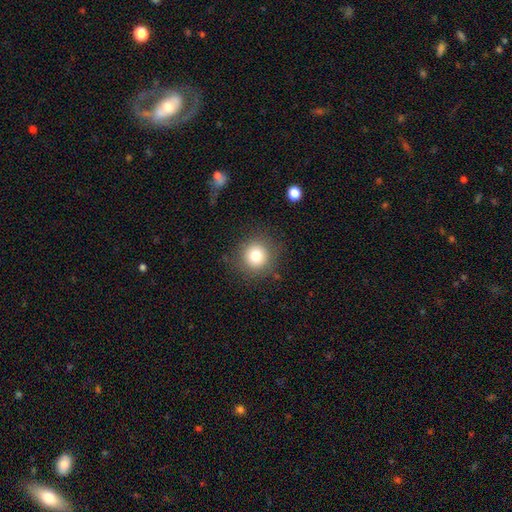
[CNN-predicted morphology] Smooth or featured?
  - smooth: 79% *
  - star or artifact: 12%
  - featured or disk: 10%
How rounded?
  - round: 93% *
  - in between: 6%
  - cigar-shaped: 1%
Merging?
  - none: 87% *
  - minor disturbance: 8%
  - major disturbance: 3%
  - merger: 1%